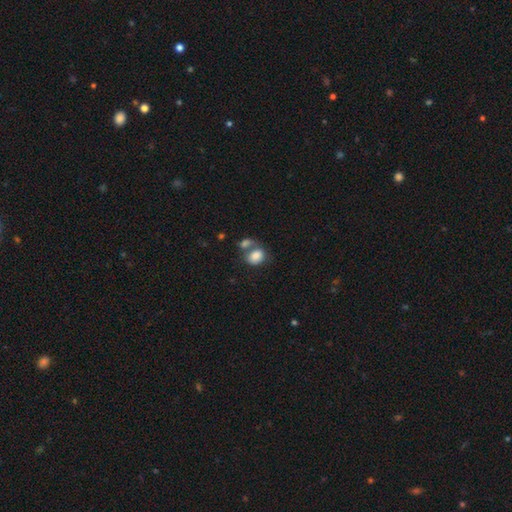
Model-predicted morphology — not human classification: A smooth galaxy with no disk features (82%) that is in between round and cigar-shaped (63%).

Vote fractions:
- Smooth or featured? smooth: 82% / featured or disk: 10% / star or artifact: 8%
- How rounded? in between: 63% / round: 36% / cigar-shaped: 1%
- Merging? merger: 44% / none: 36% / minor disturbance: 13% / major disturbance: 7%